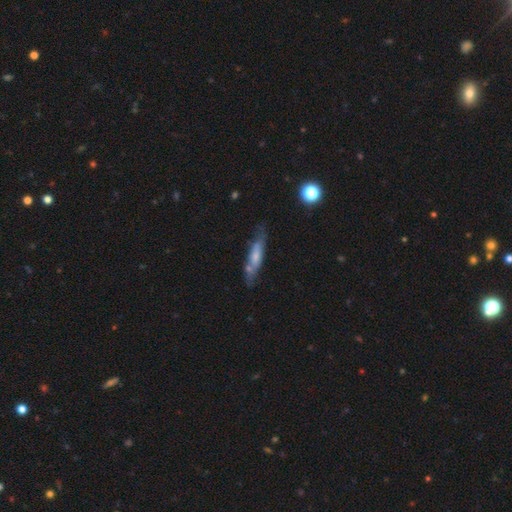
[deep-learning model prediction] smooth-or-featured: smooth: 51% | featured or disk: 42% | star or artifact: 7%
  how-rounded: cigar-shaped: 74% | in between: 24% | round: 2%
  merging: none: 60% | minor disturbance: 23% | merger: 10% | major disturbance: 8%